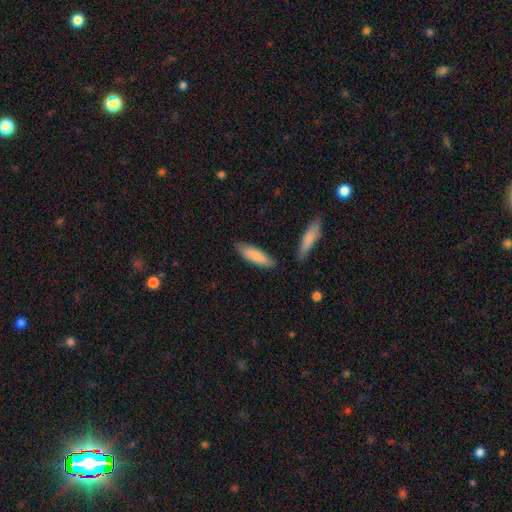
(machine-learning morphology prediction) smooth_or_featured: smooth (p=0.84) [alt: featured or disk p=0.11]
how_rounded: cigar-shaped (p=0.53) [alt: in between p=0.45]
merging: none (p=0.82) [alt: minor disturbance p=0.12]